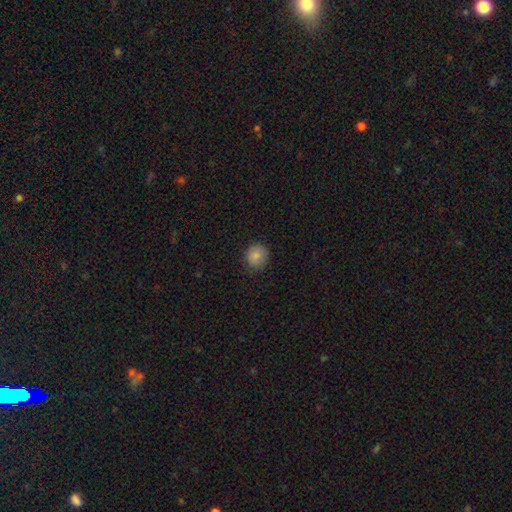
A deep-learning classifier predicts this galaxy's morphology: The model was most divided on "how rounded": round: 86%, in between: 13%, cigar-shaped: 1%. More confident: merging — none (86%); smooth or featured — smooth (85%).